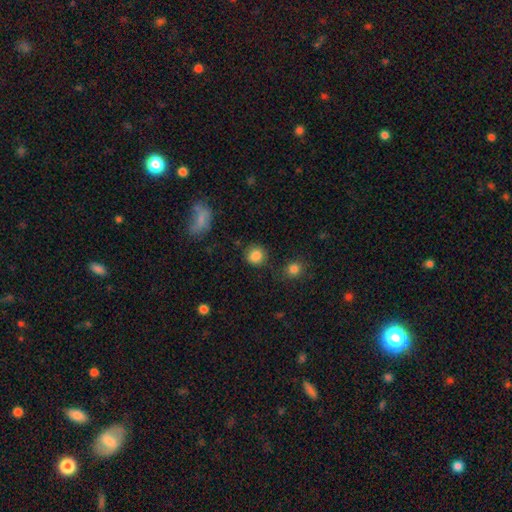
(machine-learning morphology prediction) Smooth or featured? Predicted: smooth (p=0.86). How rounded? Predicted: round (p=0.85). Merging? Predicted: none (p=0.82).